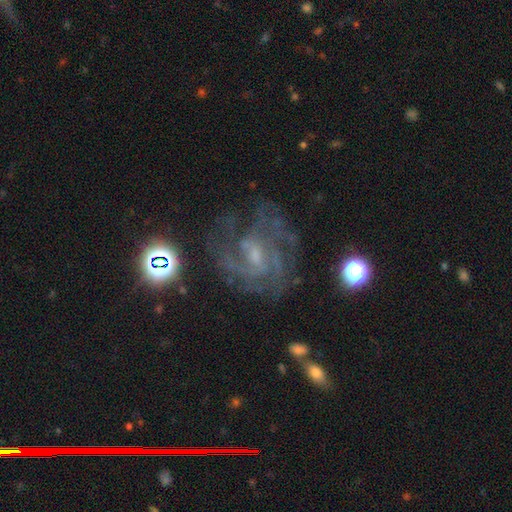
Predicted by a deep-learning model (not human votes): Overall: featured or disk (80%). Edge-on disk: no (97%). Bar: weak (50%; no 38%). Spiral arms: yes (91%). Spiral arm count: can't tell (37%; 3 20%). Spiral winding: tight (45%; medium 42%). Bulge size: small (50%; moderate 30%). Merging: none (64%).